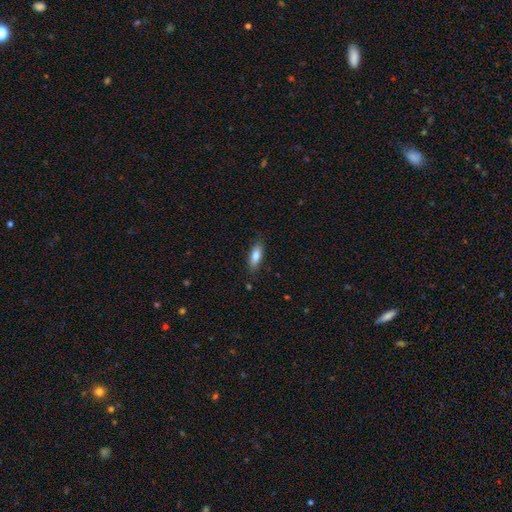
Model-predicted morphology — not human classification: This is likely a smooth galaxy (79%). How rounded: likely in between (68%). Merging: clearly none (82%).